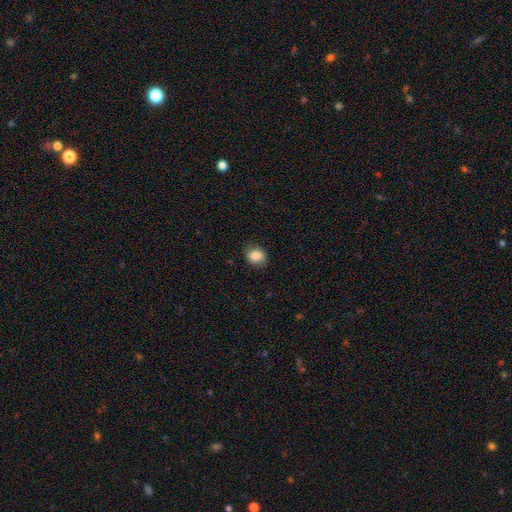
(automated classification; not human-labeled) smooth_or_featured: smooth (p=0.86) [alt: star or artifact p=0.09]
how_rounded: round (p=0.54) [alt: in between p=0.45]
merging: none (p=0.80) [alt: minor disturbance p=0.15]